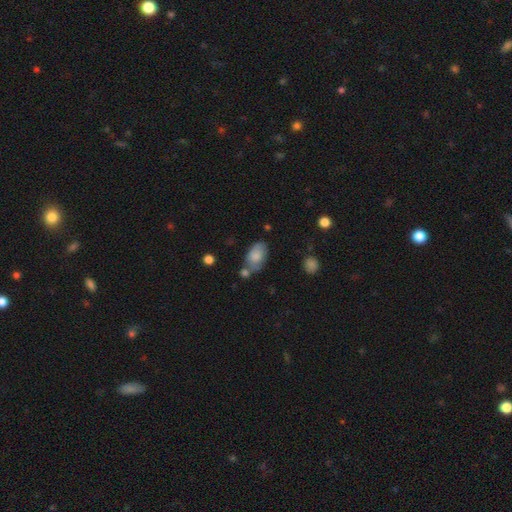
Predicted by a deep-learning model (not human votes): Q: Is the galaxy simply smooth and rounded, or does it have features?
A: smooth — 78%.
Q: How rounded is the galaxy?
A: in between — 92%.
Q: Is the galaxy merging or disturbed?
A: none — 50%.